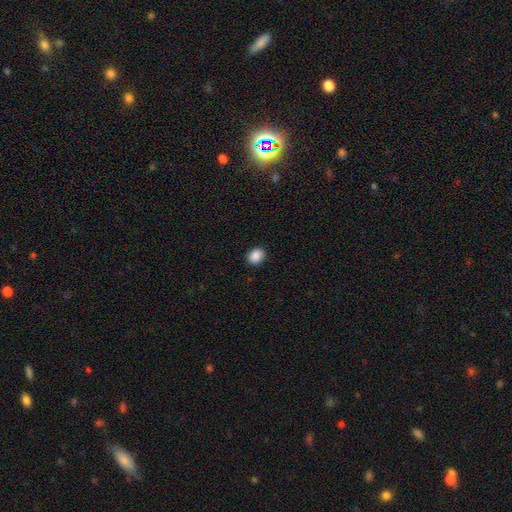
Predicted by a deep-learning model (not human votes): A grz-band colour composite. It shows a smooth galaxy with no disk features (88%) that is round (51%). Merging: none (89%).